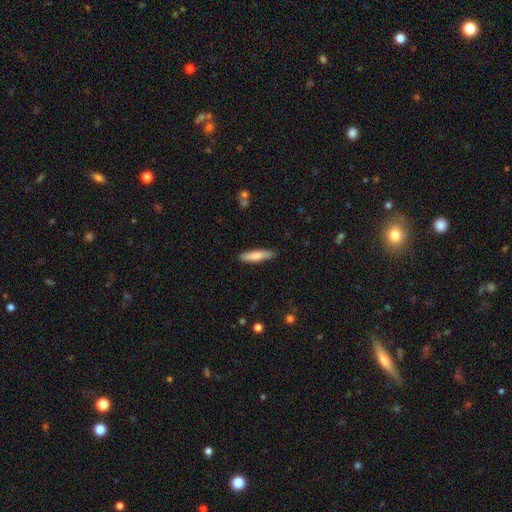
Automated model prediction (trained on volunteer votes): This is likely a smooth galaxy (78%). How rounded: likely cigar-shaped (78%). Merging: clearly none (87%).